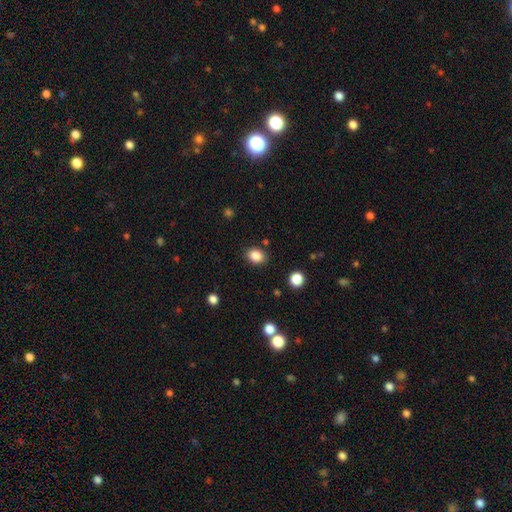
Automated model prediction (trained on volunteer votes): Q: Smooth or featured?
A: smooth (86%); runner-up: star or artifact (10%)
Q: How rounded?
A: in between (56%); runner-up: round (43%)
Q: Merging?
A: none (84%); runner-up: minor disturbance (10%)